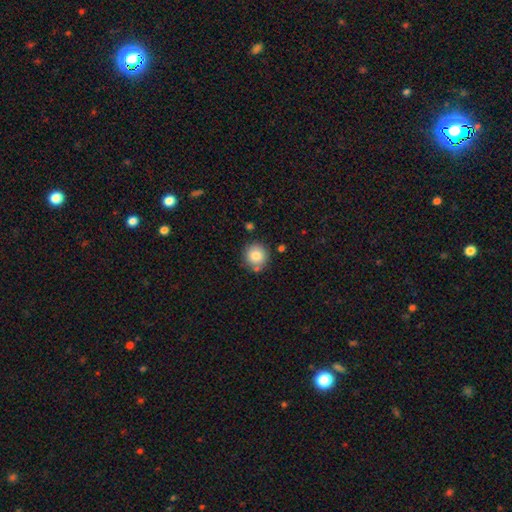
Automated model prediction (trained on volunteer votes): smooth_or_featured: smooth (p=0.83) [alt: star or artifact p=0.09]
how_rounded: round (p=0.92) [alt: in between p=0.07]
merging: none (p=0.81) [alt: minor disturbance p=0.11]